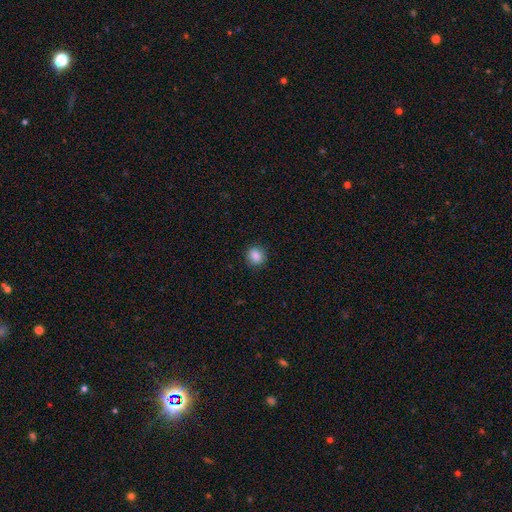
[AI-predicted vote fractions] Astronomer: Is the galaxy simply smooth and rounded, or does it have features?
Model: smooth — 87%.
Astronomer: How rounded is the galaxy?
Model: round — 86%.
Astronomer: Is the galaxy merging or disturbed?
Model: none — 90%.